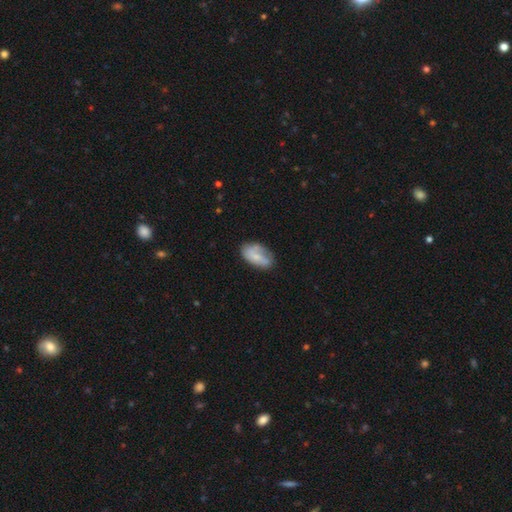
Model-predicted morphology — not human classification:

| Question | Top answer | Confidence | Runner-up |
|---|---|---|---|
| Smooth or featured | smooth | 59% | featured or disk (34%) |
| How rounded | in between | 92% | round (4%) |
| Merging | none | 58% | minor disturbance (28%) |